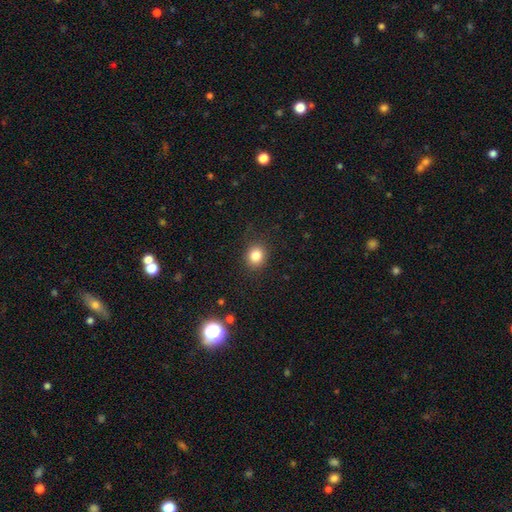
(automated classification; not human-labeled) Smooth or featured: smooth — 82% (star or artifact — 12%)
How rounded: round — 77% (in between — 22%)
Merging: none — 88% (minor disturbance — 8%)